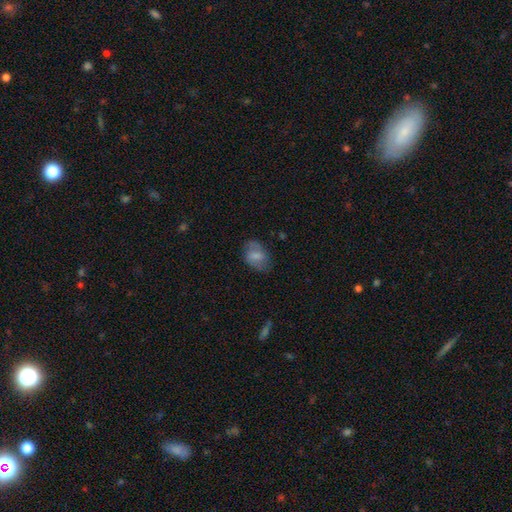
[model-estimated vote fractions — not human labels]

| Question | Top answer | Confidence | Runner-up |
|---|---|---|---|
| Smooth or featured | smooth | 62% | featured or disk (30%) |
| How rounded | in between | 77% | round (21%) |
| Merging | none | 65% | minor disturbance (24%) |